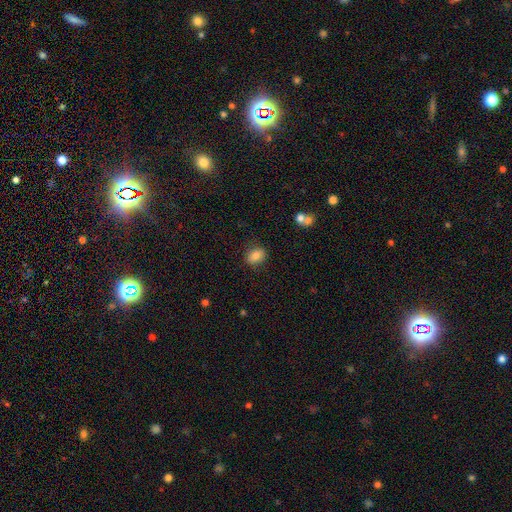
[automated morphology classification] Smooth or featured?
  - smooth: 83% *
  - star or artifact: 10%
  - featured or disk: 7%
How rounded?
  - in between: 63% *
  - round: 36%
  - cigar-shaped: 1%
Merging?
  - none: 84% *
  - minor disturbance: 11%
  - major disturbance: 3%
  - merger: 2%